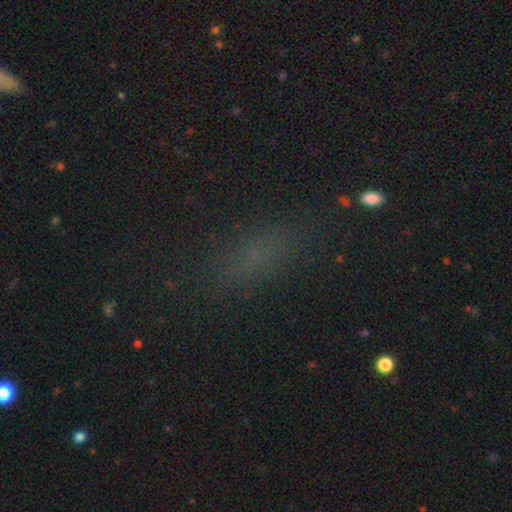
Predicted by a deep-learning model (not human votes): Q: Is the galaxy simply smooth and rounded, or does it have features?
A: smooth — 62%.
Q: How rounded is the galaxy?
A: in between — 56%.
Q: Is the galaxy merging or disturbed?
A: none — 77%.